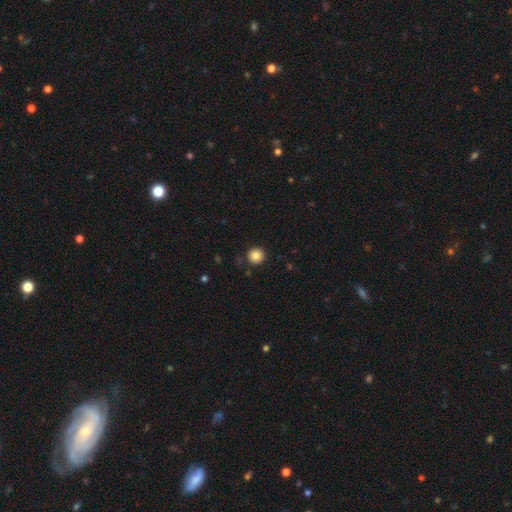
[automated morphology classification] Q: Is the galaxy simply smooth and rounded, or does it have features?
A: smooth — 84%.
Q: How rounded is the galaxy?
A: round — 95%.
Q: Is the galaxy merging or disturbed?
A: none — 90%.